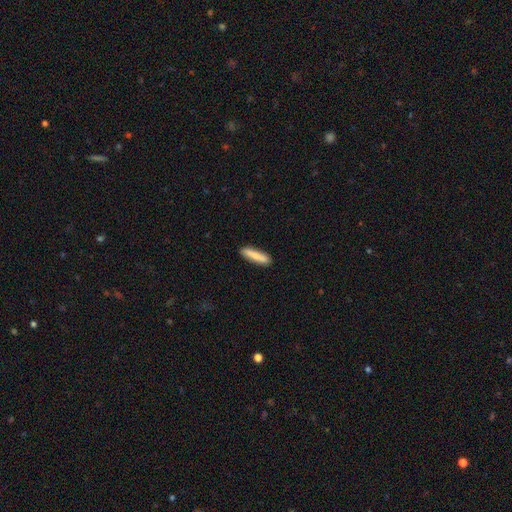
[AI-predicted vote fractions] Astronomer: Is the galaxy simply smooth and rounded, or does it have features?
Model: smooth — 81%.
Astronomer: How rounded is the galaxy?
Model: cigar-shaped — 85%.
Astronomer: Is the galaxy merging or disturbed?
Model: none — 88%.